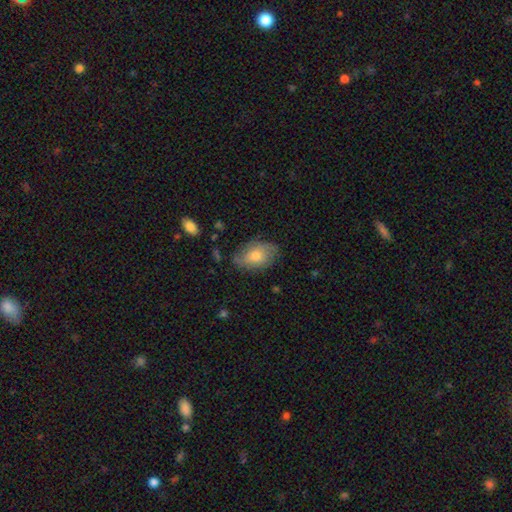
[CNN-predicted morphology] A smooth galaxy with no disk features (63%) that is in between round and cigar-shaped (85%). Merging: none (71%).